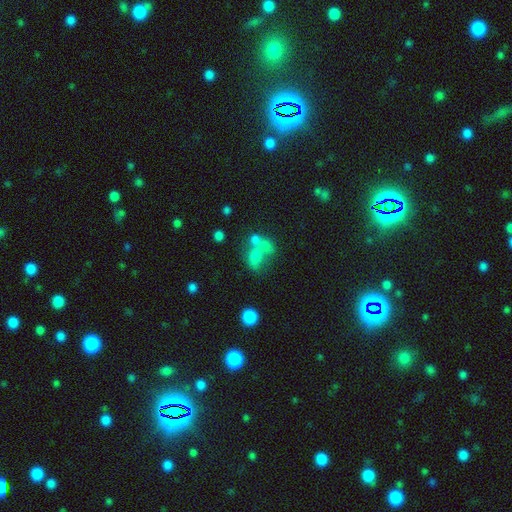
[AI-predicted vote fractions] Smooth or featured?
  - smooth: 61% *
  - featured or disk: 23%
  - star or artifact: 16%
How rounded?
  - in between: 58% *
  - round: 40%
  - cigar-shaped: 2%
Merging?
  - merger: 54% *
  - none: 25%
  - major disturbance: 11%
  - minor disturbance: 10%